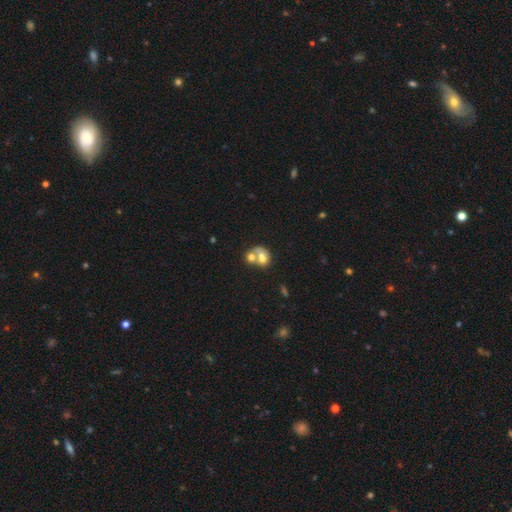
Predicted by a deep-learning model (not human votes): smooth_or_featured: smooth (p=0.63) [alt: featured or disk p=0.27]
how_rounded: in between (p=0.54) [alt: round p=0.45]
merging: merger (p=0.66) [alt: none p=0.20]